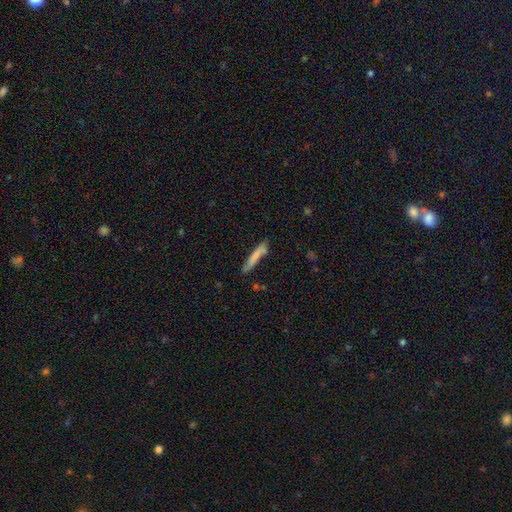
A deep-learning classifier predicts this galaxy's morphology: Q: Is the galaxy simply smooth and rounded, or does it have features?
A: smooth — 75%.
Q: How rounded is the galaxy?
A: cigar-shaped — 92%.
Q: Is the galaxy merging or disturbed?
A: none — 70%.